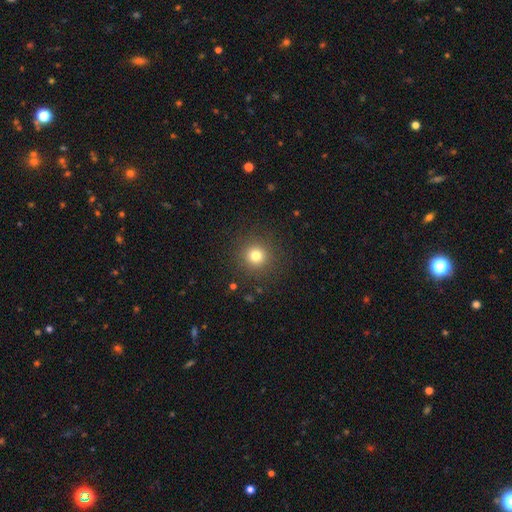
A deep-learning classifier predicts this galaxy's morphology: The model was most divided on "smooth or featured": smooth: 78%, star or artifact: 15%, featured or disk: 7%. More confident: how rounded — round (95%); merging — none (90%).